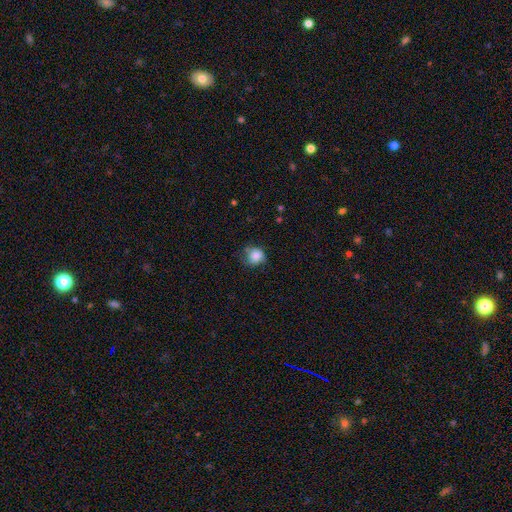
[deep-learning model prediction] smooth 74%, featured or disk 17%, star or artifact 9%. Down the decision tree: how rounded — round (75%); merging — none (56%).